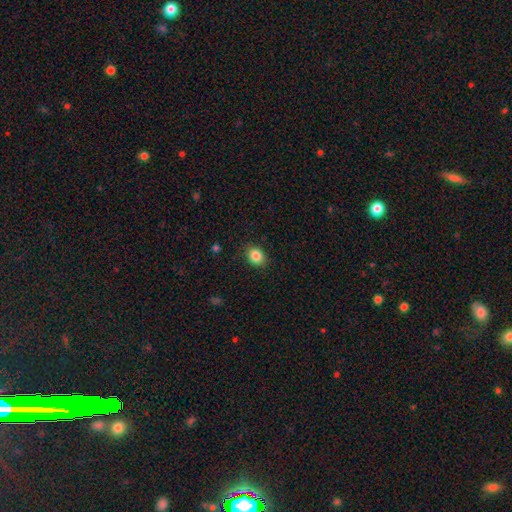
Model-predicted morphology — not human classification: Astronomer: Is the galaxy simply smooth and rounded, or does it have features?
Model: smooth — 85%.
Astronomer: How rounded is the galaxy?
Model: in between — 55% (runner-up: round, 44%).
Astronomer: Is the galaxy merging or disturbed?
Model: none — 88%.